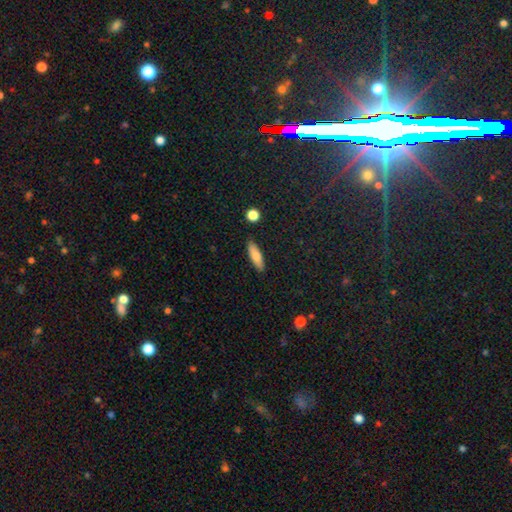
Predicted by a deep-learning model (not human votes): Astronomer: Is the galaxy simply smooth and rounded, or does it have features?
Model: smooth — 78%.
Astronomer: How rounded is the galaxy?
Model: cigar-shaped — 55% (runner-up: in between, 43%).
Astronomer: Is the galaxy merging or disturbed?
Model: none — 87%.